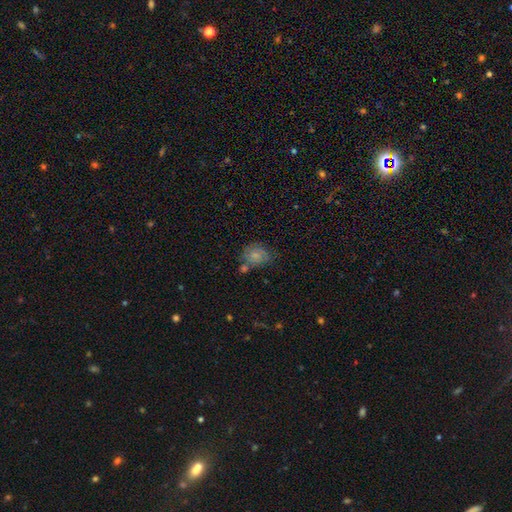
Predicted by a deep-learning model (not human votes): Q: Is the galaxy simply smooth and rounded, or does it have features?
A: smooth — 63%.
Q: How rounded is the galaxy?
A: round — 55%.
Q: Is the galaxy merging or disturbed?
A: none — 49%.